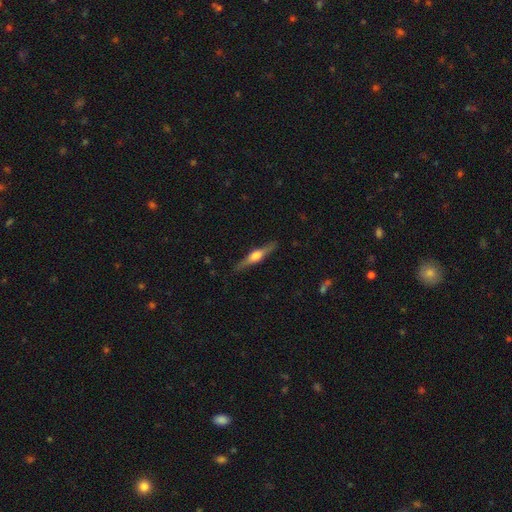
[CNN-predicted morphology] featured or disk 71%, smooth 24%, star or artifact 6%. Down the decision tree: edge-on disk — yes (97%); edge-on bulge — rounded (87%); merging — none (88%).